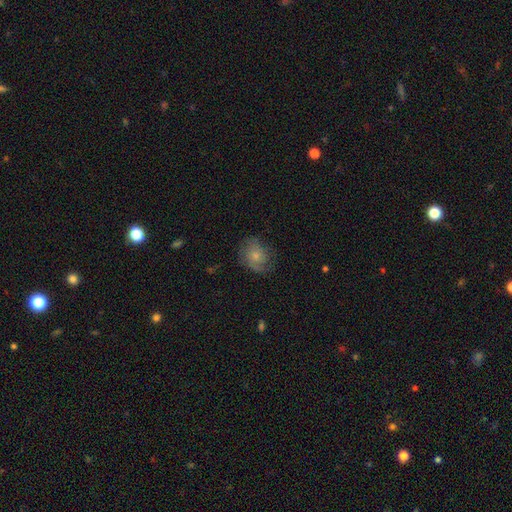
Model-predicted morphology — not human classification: type=smooth (54%); roundness=round (54%); merging=none (63%).